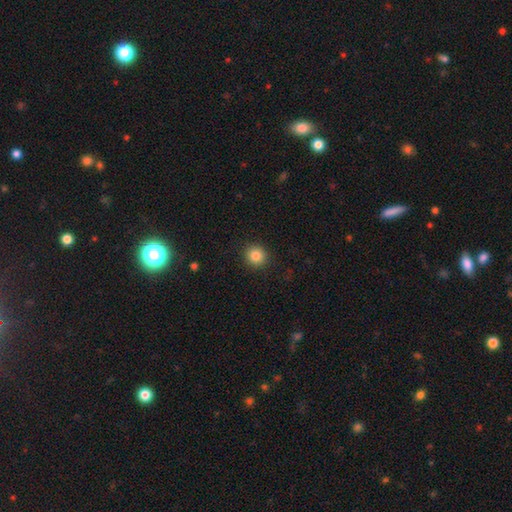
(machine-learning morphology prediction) A smooth galaxy with no disk features (85%) that is round (91%).

Vote fractions:
- Smooth or featured? smooth: 85% / star or artifact: 11% / featured or disk: 5%
- How rounded? round: 91% / in between: 8% / cigar-shaped: 1%
- Merging? none: 91% / minor disturbance: 6% / major disturbance: 2% / merger: 1%